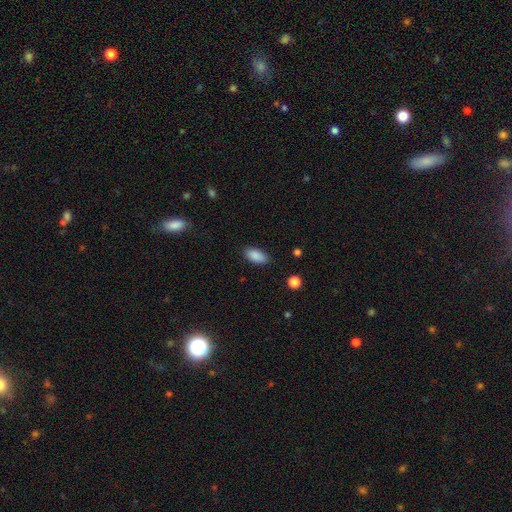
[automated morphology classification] A smooth galaxy with no disk features (89%) that is in between round and cigar-shaped (91%).

Vote fractions:
- Smooth or featured? smooth: 89% / star or artifact: 7% / featured or disk: 4%
- How rounded? in between: 91% / cigar-shaped: 6% / round: 3%
- Merging? none: 84% / minor disturbance: 12% / major disturbance: 3% / merger: 1%